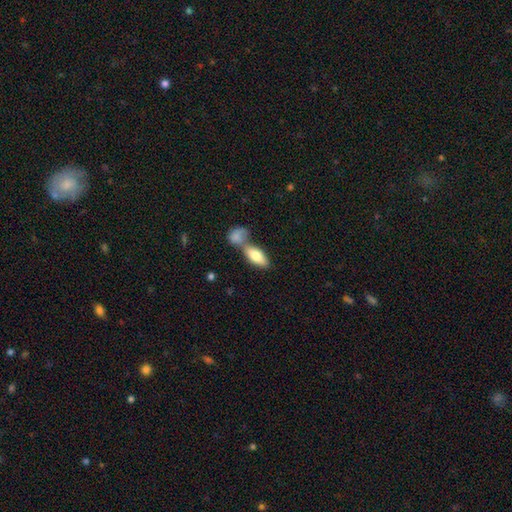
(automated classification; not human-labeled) Smooth or featured?
  - smooth: 77% *
  - featured or disk: 17%
  - star or artifact: 6%
How rounded?
  - in between: 86% *
  - cigar-shaped: 11%
  - round: 3%
Merging?
  - merger: 51% *
  - none: 35%
  - minor disturbance: 10%
  - major disturbance: 5%